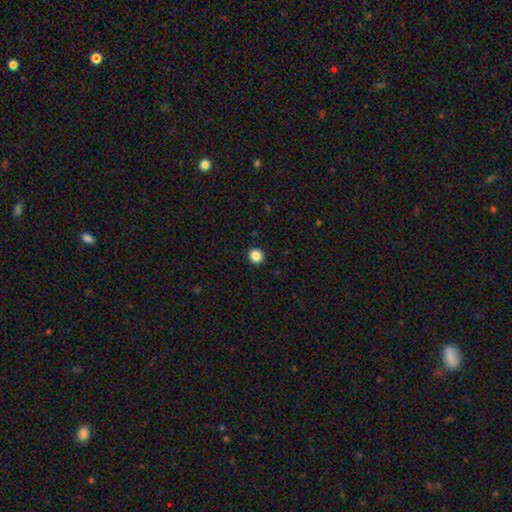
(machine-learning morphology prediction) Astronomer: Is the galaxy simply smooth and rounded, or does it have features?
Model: smooth — 87%.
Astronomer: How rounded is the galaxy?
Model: round — 88%.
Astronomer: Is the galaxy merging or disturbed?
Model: none — 93%.